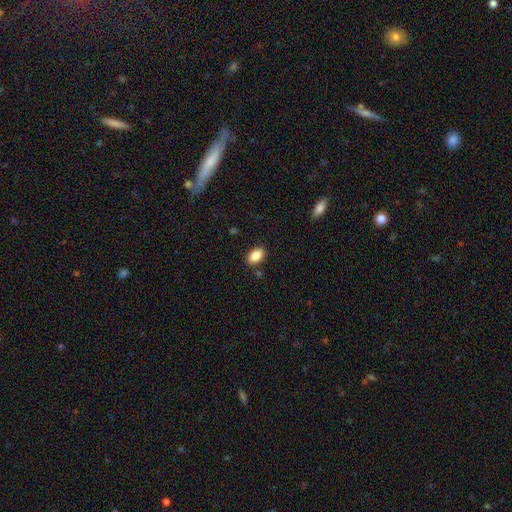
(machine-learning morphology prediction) A smooth galaxy with no disk features (87%) that is in between round and cigar-shaped (91%). Merging: none (86%).